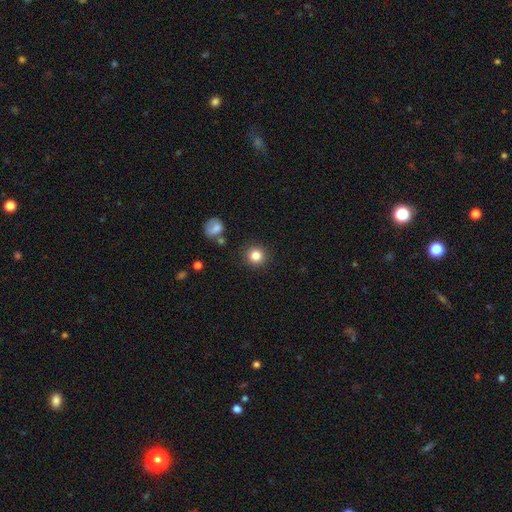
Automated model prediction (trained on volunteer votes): smooth 83%, star or artifact 12%, featured or disk 6%. Down the decision tree: how rounded — round (93%); merging — none (89%).